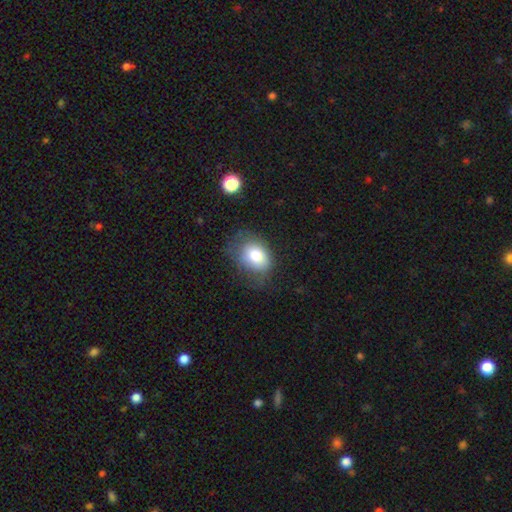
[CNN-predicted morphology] The model was most divided on "merging": none: 54%, minor disturbance: 29%, major disturbance: 15%, merger: 2%. More confident: smooth or featured — smooth (79%); how rounded — in between (66%).